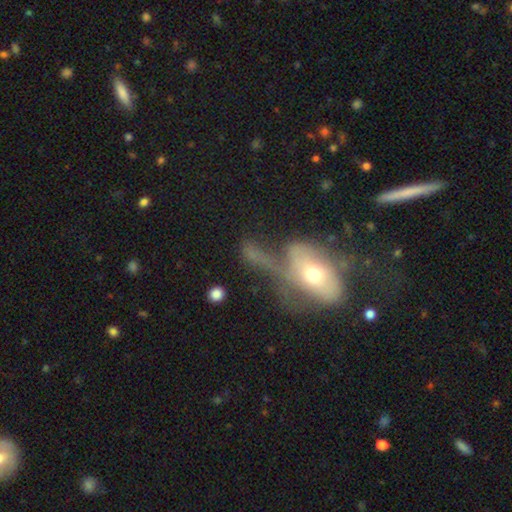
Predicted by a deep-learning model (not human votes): Overall: smooth (47%; featured or disk 39%). Merging: major disturbance (33%; none 27%).